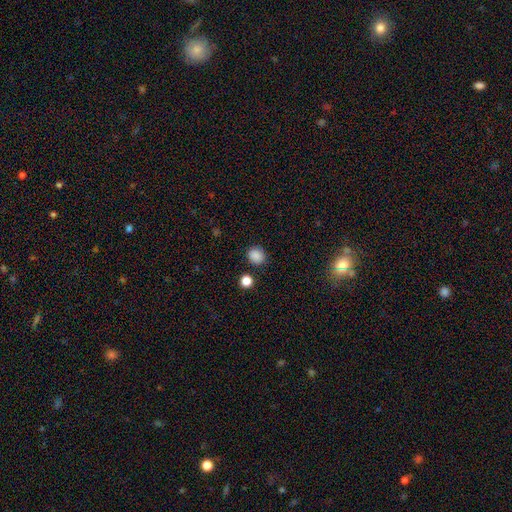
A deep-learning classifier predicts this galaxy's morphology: Overall: smooth (86%). How rounded: round (85%). Merging: none (86%).